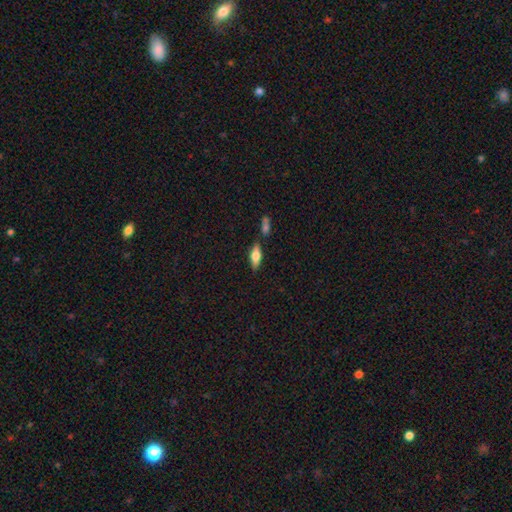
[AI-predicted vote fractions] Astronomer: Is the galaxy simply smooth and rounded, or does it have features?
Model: smooth — 60%.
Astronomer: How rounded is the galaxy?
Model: in between — 70%.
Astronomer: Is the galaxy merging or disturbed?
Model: none — 74%.